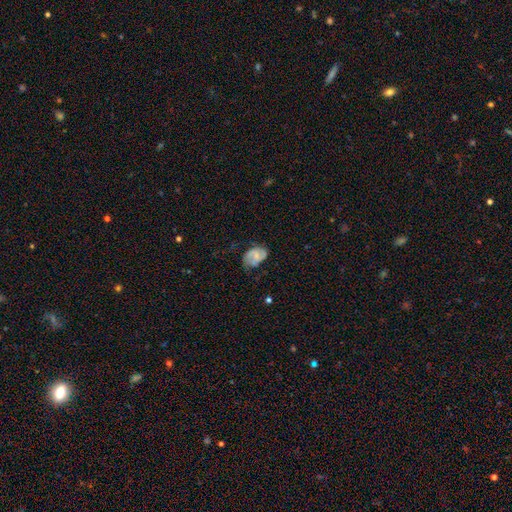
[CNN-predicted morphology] Smooth or featured: featured or disk — 46% (tied with smooth — 46%)
Merging: none — 49% (minor disturbance — 34%)